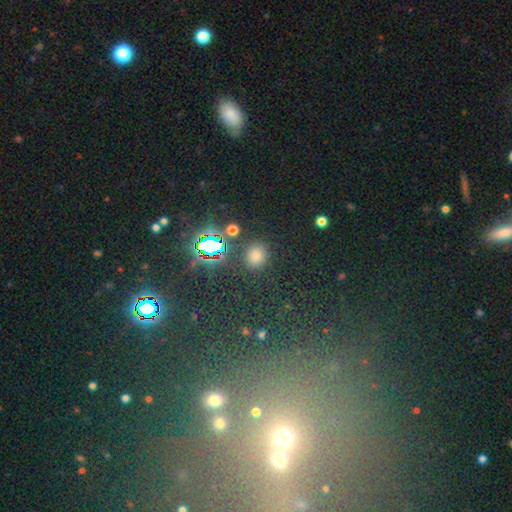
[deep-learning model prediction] This is likely a smooth galaxy (66%). How rounded: likely round (80%). Merging: clearly none (84%).